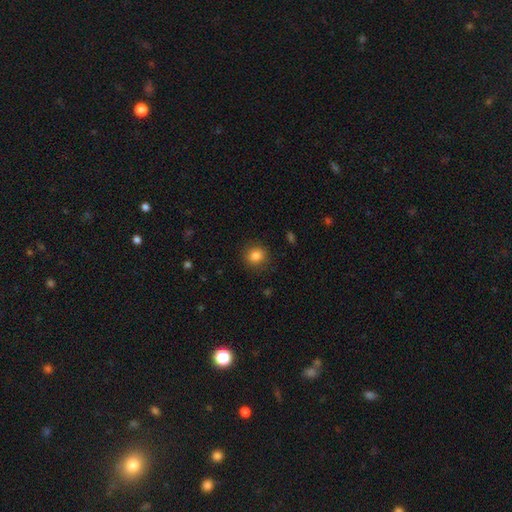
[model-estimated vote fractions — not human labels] A smooth galaxy with no disk features (85%) that is round (81%). Merging: none (86%).